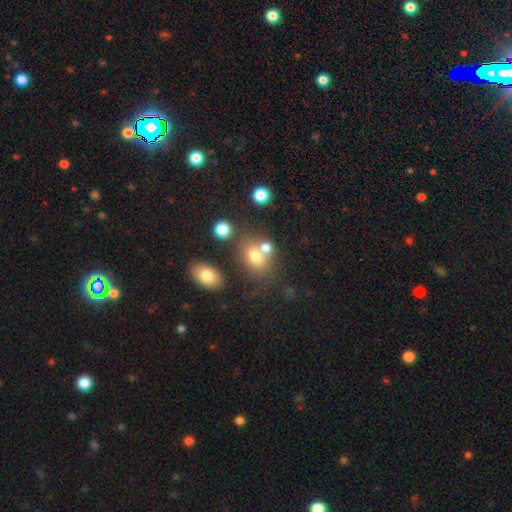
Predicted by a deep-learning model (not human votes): A smooth galaxy with no disk features (72%) that is in between round and cigar-shaped (59%).

Vote fractions:
- Smooth or featured? smooth: 72% / featured or disk: 14% / star or artifact: 14%
- How rounded? in between: 59% / round: 40% / cigar-shaped: 1%
- Merging? none: 47% / merger: 33% / minor disturbance: 13% / major disturbance: 7%